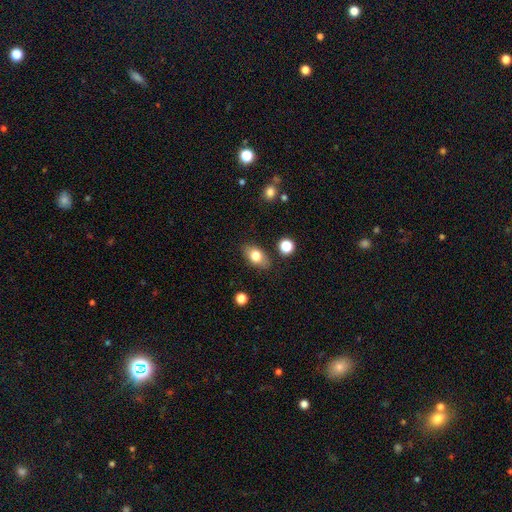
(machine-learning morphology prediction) smooth-or-featured: smooth: 77% | featured or disk: 15% | star or artifact: 8%
  how-rounded: in between: 86% | round: 11% | cigar-shaped: 3%
  merging: none: 84% | minor disturbance: 11% | major disturbance: 3% | merger: 2%